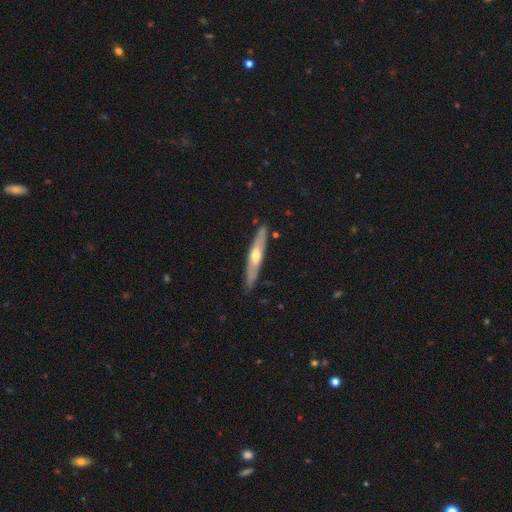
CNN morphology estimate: A featured or disk galaxy (59%) viewed edge-on (81%).

Vote fractions:
- Smooth or featured? featured or disk: 59% / smooth: 36% / star or artifact: 5%
- Edge-on disk? yes: 81% / no: 19%
- Merging? none: 84% / minor disturbance: 12% / major disturbance: 2% / merger: 2%